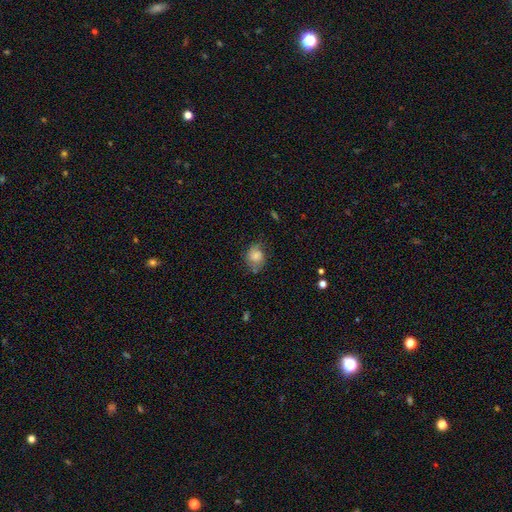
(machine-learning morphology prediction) A smooth galaxy with no disk features (70%) that is round (57%). Merging: none (59%).